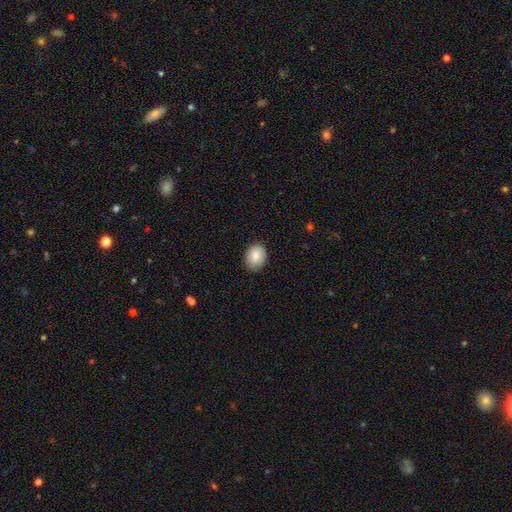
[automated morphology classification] Smooth or featured? Predicted: smooth (p=0.86). How rounded? Predicted: in between (p=0.65). Merging? Predicted: none (p=0.83).